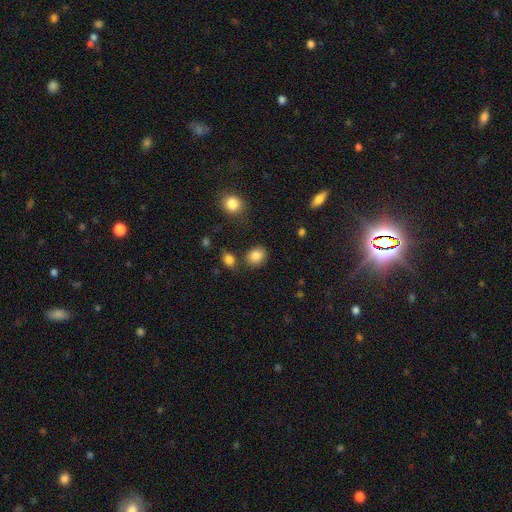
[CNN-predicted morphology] Smooth or featured?
  - smooth: 86% *
  - star or artifact: 9%
  - featured or disk: 5%
How rounded?
  - round: 60% *
  - in between: 39%
  - cigar-shaped: 1%
Merging?
  - none: 79% *
  - minor disturbance: 11%
  - merger: 7%
  - major disturbance: 3%